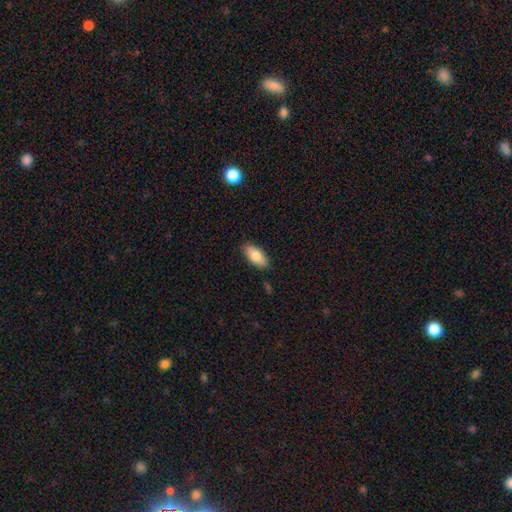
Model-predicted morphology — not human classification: smooth_or_featured: smooth (p=0.80) [alt: featured or disk p=0.13]
how_rounded: in between (p=0.89) [alt: cigar-shaped p=0.09]
merging: none (p=0.86) [alt: minor disturbance p=0.11]